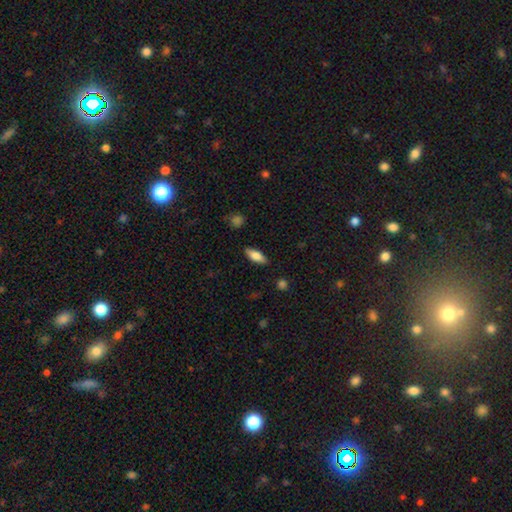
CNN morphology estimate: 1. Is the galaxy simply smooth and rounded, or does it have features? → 77% smooth, 17% featured or disk, 7% star or artifact.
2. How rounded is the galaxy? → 74% in between, 24% cigar-shaped, 2% round.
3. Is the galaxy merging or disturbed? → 86% none, 10% minor disturbance, 2% major disturbance, 1% merger.